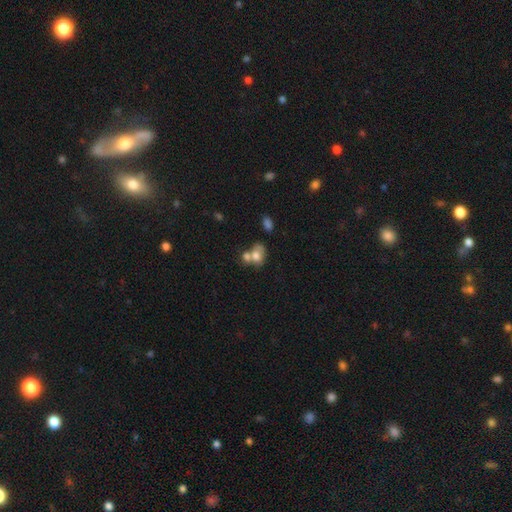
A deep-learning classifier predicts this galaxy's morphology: This is likely a smooth galaxy (69%). How rounded: likely in between (65%). Merging: possibly merger (57%).